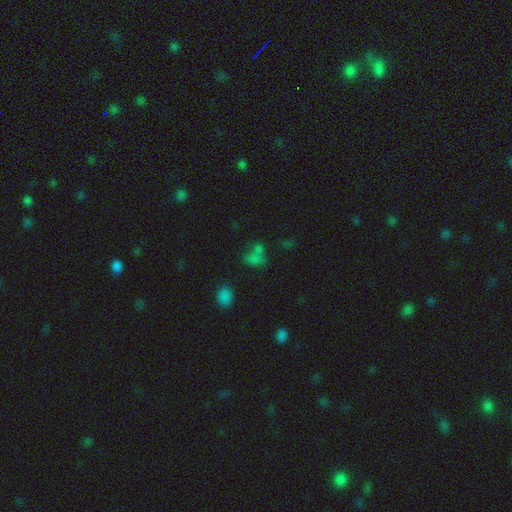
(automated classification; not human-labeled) Smooth or featured? Predicted: smooth (p=0.62). How rounded? Predicted: in between (p=0.59). Merging? Predicted: merger (p=0.43).